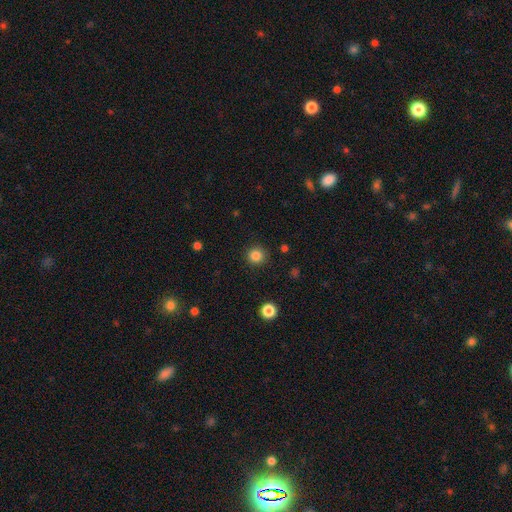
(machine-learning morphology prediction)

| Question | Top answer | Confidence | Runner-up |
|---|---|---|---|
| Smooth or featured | smooth | 84% | star or artifact (12%) |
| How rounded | round | 94% | in between (5%) |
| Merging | none | 90% | minor disturbance (6%) |